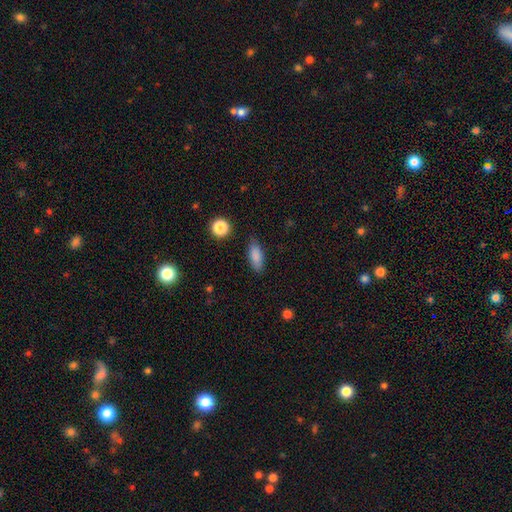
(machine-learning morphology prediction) Smooth or featured? smooth (86%)
How rounded? in between (75%)
Merging? none (82%)